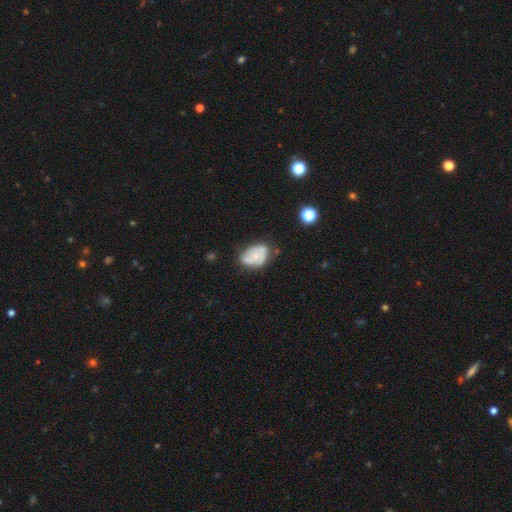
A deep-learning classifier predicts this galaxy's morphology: smooth_or_featured: featured or disk (p=0.46) [tied with: smooth p=0.46]
merging: none (p=0.48) [alt: minor disturbance p=0.33]